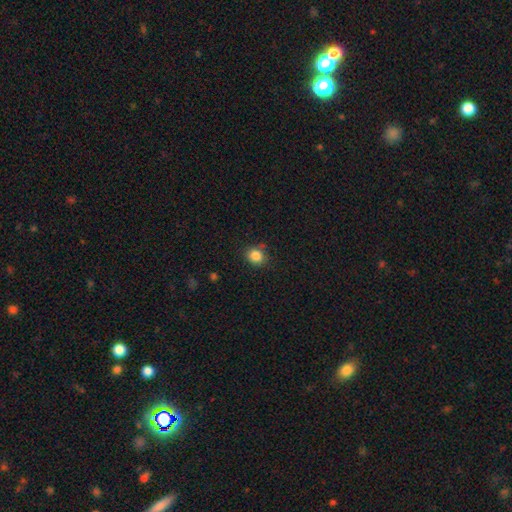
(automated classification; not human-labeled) A smooth galaxy with no disk features (84%) that is round (74%).

Vote fractions:
- Smooth or featured? smooth: 84% / star or artifact: 11% / featured or disk: 5%
- How rounded? round: 74% / in between: 25% / cigar-shaped: 1%
- Merging? none: 81% / minor disturbance: 13% / major disturbance: 3% / merger: 3%